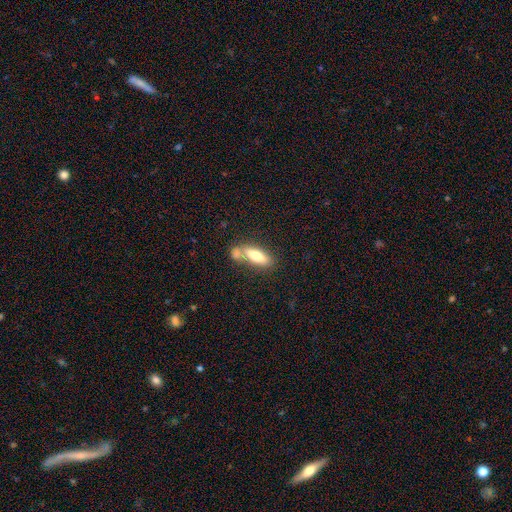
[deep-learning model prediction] The model was most divided on "merging": none: 45%, merger: 37%, minor disturbance: 13%, major disturbance: 5%. More confident: smooth or featured — smooth (73%); how rounded — in between (62%).